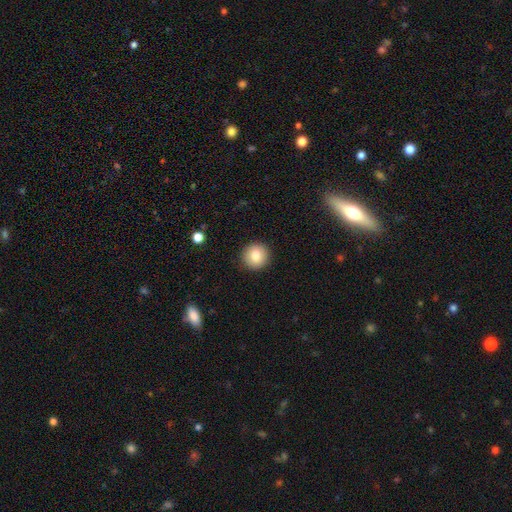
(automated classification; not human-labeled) Smooth or featured: smooth — 82% (star or artifact — 9%)
How rounded: round — 95% (in between — 4%)
Merging: none — 92% (minor disturbance — 5%)